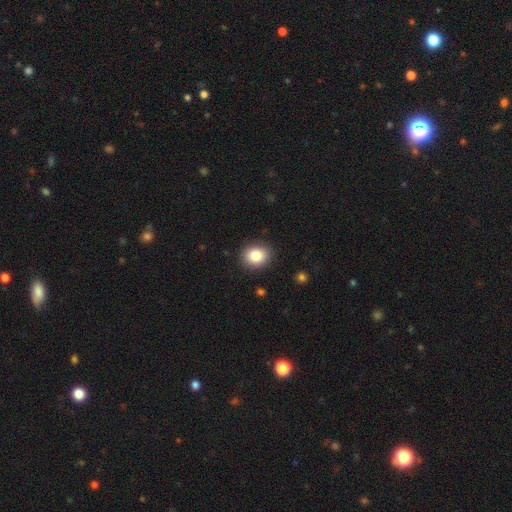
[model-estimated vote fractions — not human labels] The model was most divided on "how rounded": round: 63%, in between: 36%, cigar-shaped: 1%. More confident: merging — none (89%); smooth or featured — smooth (83%).